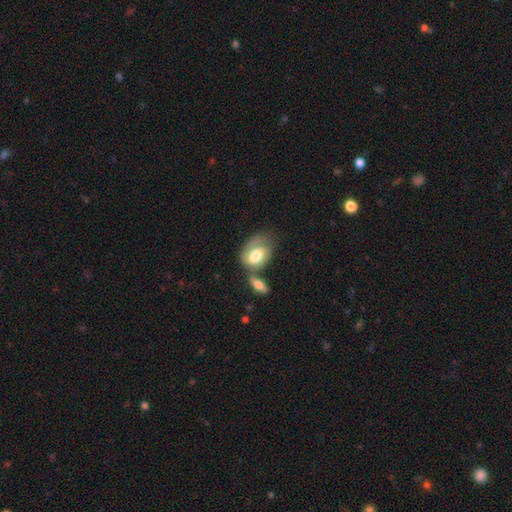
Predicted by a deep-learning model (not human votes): smooth_or_featured: smooth (p=0.57) [alt: featured or disk p=0.37]
how_rounded: in between (p=0.77) [alt: round p=0.22]
merging: merger (p=0.38) [alt: none p=0.30]